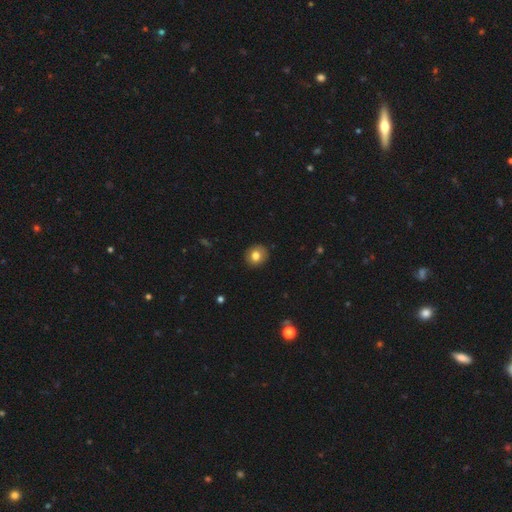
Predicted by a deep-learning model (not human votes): Smooth or featured: smooth — 81% (featured or disk — 10%)
How rounded: round — 83% (in between — 16%)
Merging: none — 90% (minor disturbance — 8%)